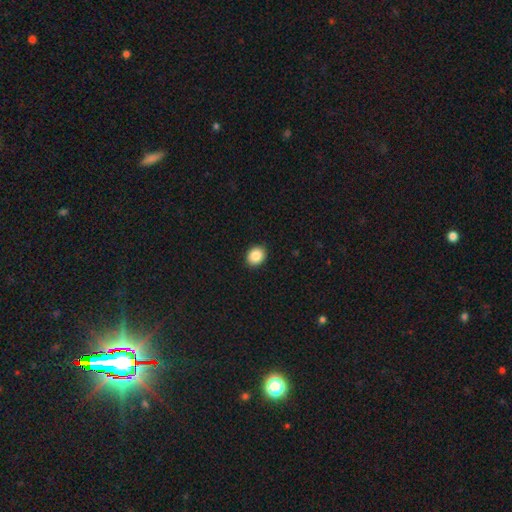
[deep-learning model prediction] This appears to be a smooth galaxy with no disk features (88%) that is round (63%). Merging: none (90%).